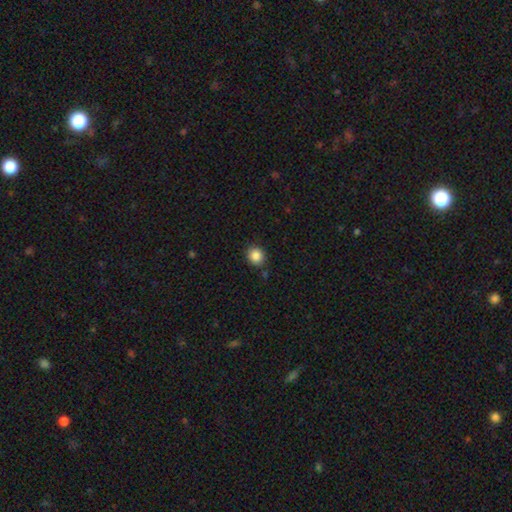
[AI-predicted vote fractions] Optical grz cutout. It shows a smooth galaxy with no disk features (86%) that is round (84%). Merging: none (86%).